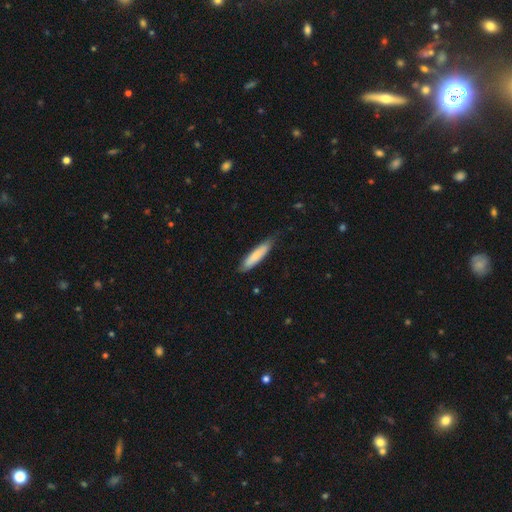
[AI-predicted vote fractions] smooth 81%, featured or disk 14%, star or artifact 5%. Down the decision tree: how rounded — cigar-shaped (83%); merging — none (74%).